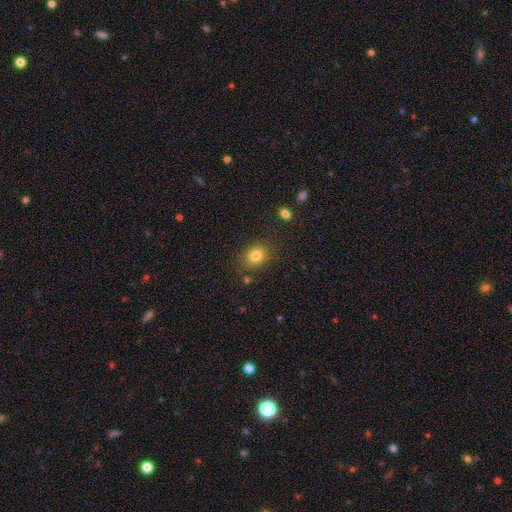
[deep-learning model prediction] A smooth galaxy with no disk features (80%) that is in between round and cigar-shaped (50%).

Vote fractions:
- Smooth or featured? smooth: 80% / star or artifact: 12% / featured or disk: 8%
- How rounded? in between: 50% / round: 49% / cigar-shaped: 1%
- Merging? none: 83% / minor disturbance: 11% / major disturbance: 3% / merger: 3%